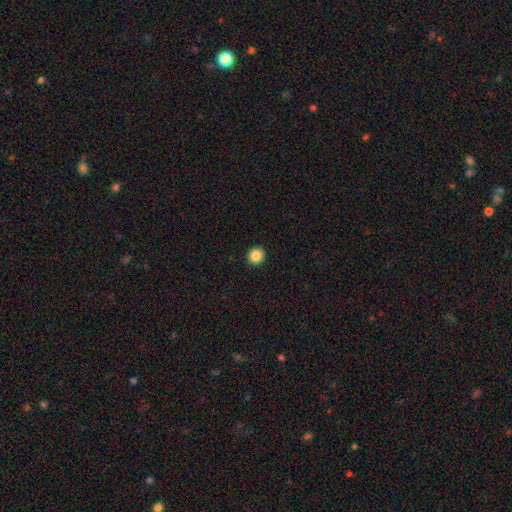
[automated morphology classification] A smooth galaxy with no disk features (87%) that is round (92%).

Vote fractions:
- Smooth or featured? smooth: 87% / star or artifact: 10% / featured or disk: 4%
- How rounded? round: 92% / in between: 7% / cigar-shaped: 1%
- Merging? none: 93% / minor disturbance: 4% / major disturbance: 1% / merger: 1%